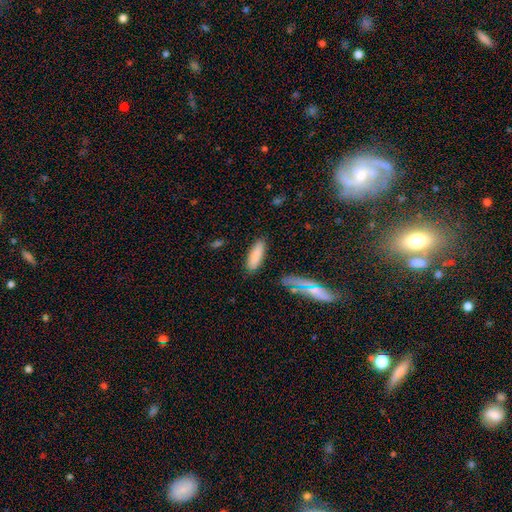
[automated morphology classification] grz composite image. It shows a smooth galaxy with no disk features (85%) that is cigar-shaped (50%). Merging: none (84%).